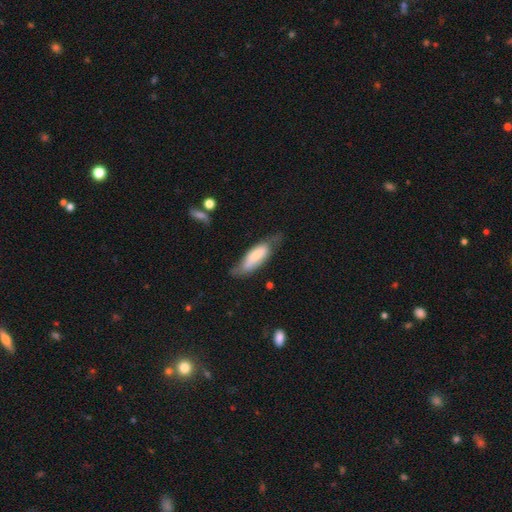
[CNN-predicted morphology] The model was most divided on "merging": none: 49%, minor disturbance: 33%, major disturbance: 15%, merger: 3%. More confident: how rounded — in between (63%); smooth or featured — smooth (63%).